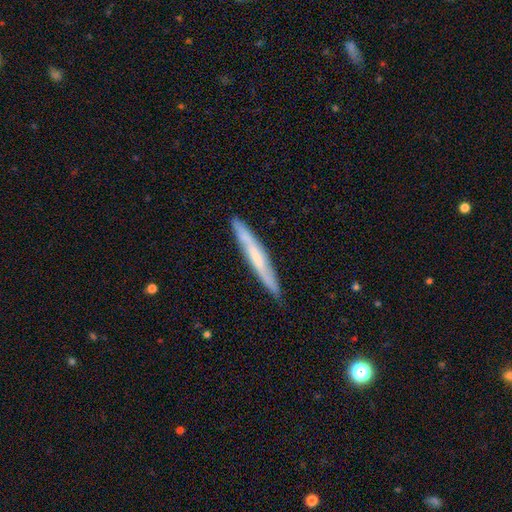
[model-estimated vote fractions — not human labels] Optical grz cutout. It shows a featured or disk galaxy (48%). Merging: none (86%).